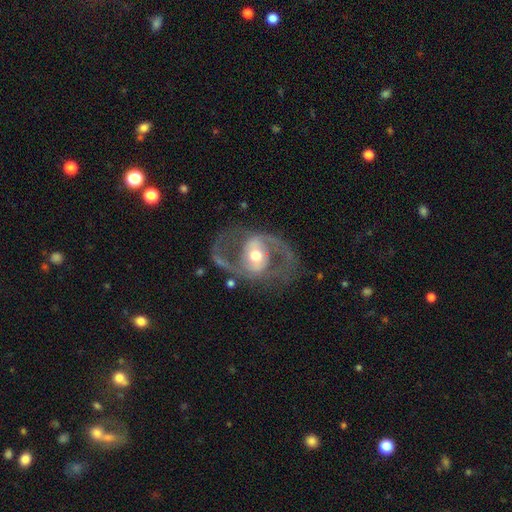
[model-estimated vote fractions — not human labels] The model was most divided on "bar" (2-way tie): no: 37%, weak: 37%, strong: 27%. More confident: edge-on disk — no (97%); spiral arms — yes (93%); spiral arm count — 2 (92%); smooth or featured — featured or disk (90%); merging — none (74%); bulge size — moderate (71%); spiral winding — medium (57%).